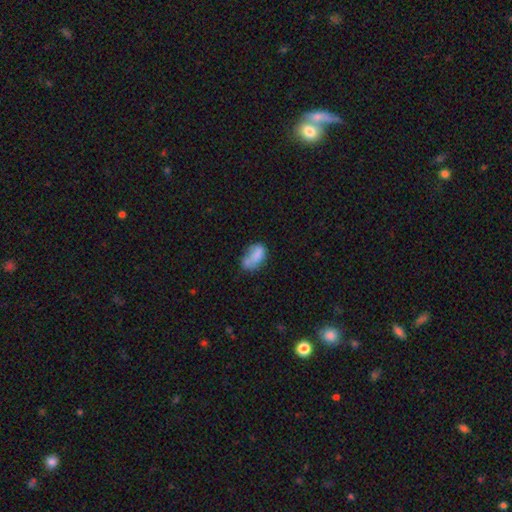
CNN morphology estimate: Smooth or featured? Predicted: smooth (p=0.72). How rounded? Predicted: in between (p=0.89). Merging? Predicted: none (p=0.36).